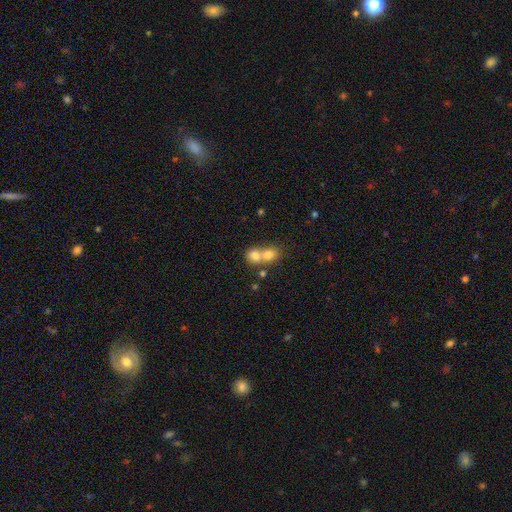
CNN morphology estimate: A smooth galaxy with no disk features (75%) that is round (66%).

Vote fractions:
- Smooth or featured? smooth: 75% / featured or disk: 14% / star or artifact: 11%
- How rounded? round: 66% / in between: 33% / cigar-shaped: 1%
- Merging? merger: 69% / none: 24% / minor disturbance: 5% / major disturbance: 3%